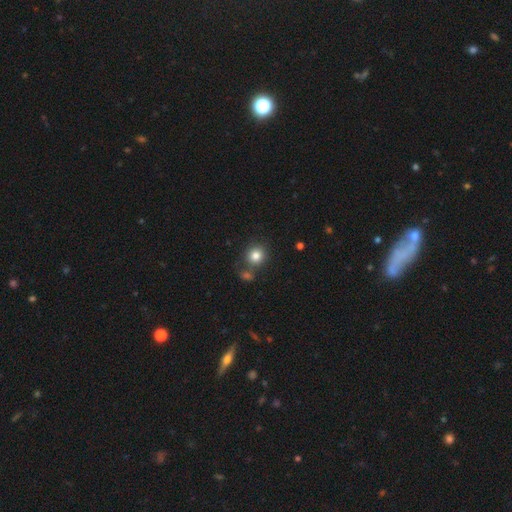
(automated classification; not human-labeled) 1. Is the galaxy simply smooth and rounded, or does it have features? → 82% smooth, 11% star or artifact, 7% featured or disk.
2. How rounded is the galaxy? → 88% round, 11% in between, 1% cigar-shaped.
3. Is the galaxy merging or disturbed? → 72% none, 15% merger, 10% minor disturbance, 3% major disturbance.